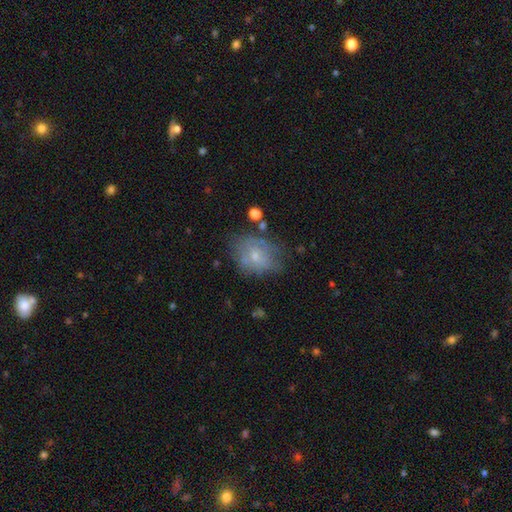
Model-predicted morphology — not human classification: Smooth or featured?
  - smooth: 53% *
  - featured or disk: 37%
  - star or artifact: 10%
How rounded?
  - in between: 59% *
  - round: 40%
  - cigar-shaped: 1%
Merging?
  - none: 53% *
  - minor disturbance: 27%
  - major disturbance: 14%
  - merger: 6%